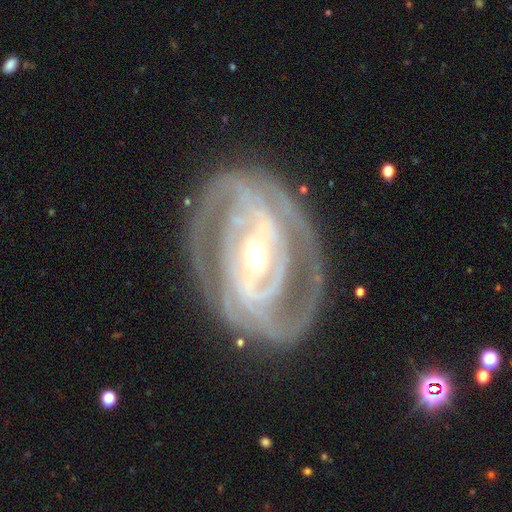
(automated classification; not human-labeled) A featured or disk galaxy (91%) with a strong bar (49%), 2 (44%) tight (69%) spiral arms (96%) and a moderate central bulge (57%).

Vote fractions:
- Smooth or featured? featured or disk: 91% / smooth: 5% / star or artifact: 5%
- Edge-on disk? no: 96% / yes: 4%
- Bar? strong: 49% / weak: 31% / no: 20%
- Spiral arms? yes: 96% / no: 4%
- Spiral winding? tight: 69% / medium: 26% / loose: 5%
- Spiral arm count? 2: 44% / 3: 22% / can't tell: 17% / 4: 8% / 1: 5% / more than 4: 5%
- Bulge size? moderate: 57% / small: 36% / large: 5% / dominant: 1% / none: 1%
- Merging? none: 78% / minor disturbance: 14% / major disturbance: 6% / merger: 1%